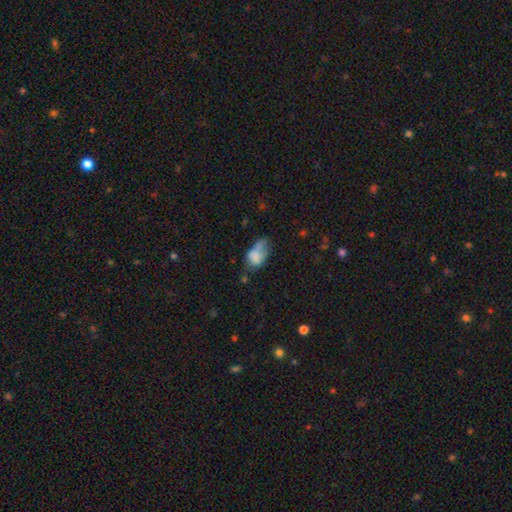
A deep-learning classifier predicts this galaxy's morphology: This appears to be a smooth galaxy with no disk features (69%) that is in between round and cigar-shaped (86%). Merging: minor disturbance (29%).